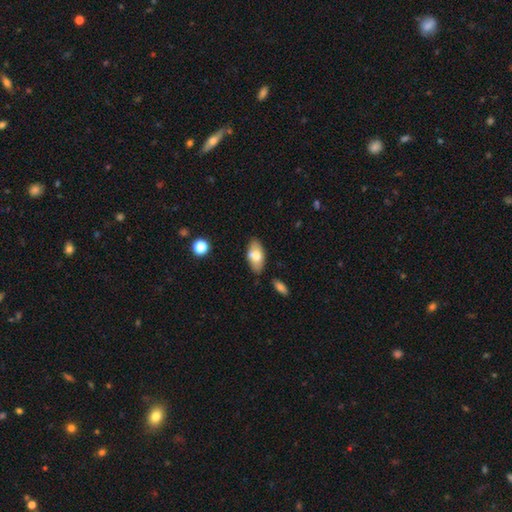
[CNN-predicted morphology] Smooth or featured? smooth (71%)
How rounded? in between (92%)
Merging? none (74%)